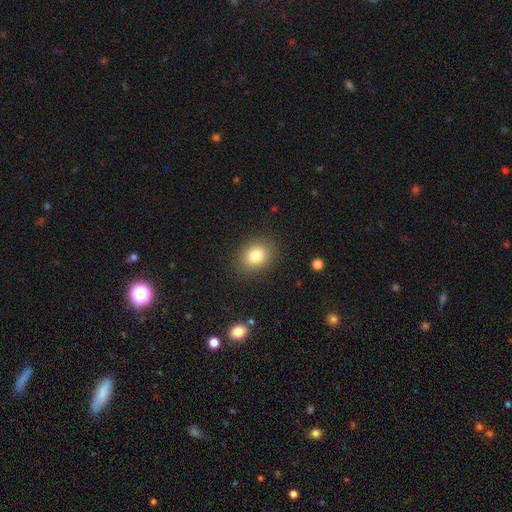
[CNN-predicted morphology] Overall: smooth (82%). How rounded: round (51%; in between 48%). Merging: none (87%).